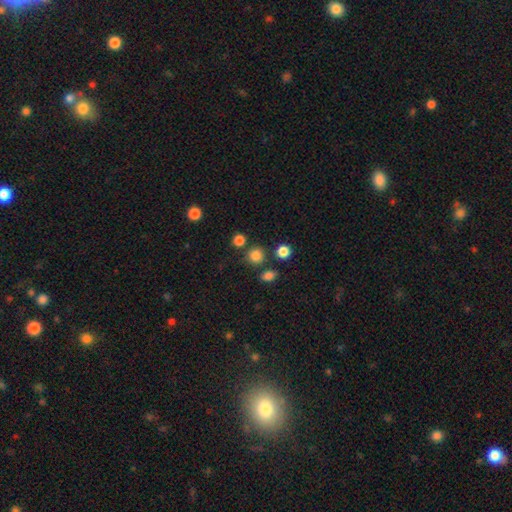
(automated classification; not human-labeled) A smooth galaxy with no disk features (82%) that is round (89%). Merging: none (80%).